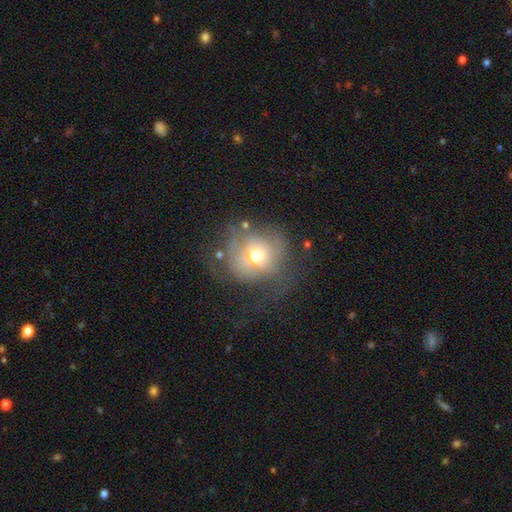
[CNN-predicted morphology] Smooth or featured: smooth — 55% (featured or disk — 32%)
How rounded: round — 84% (in between — 15%)
Merging: none — 41% (major disturbance — 32%)